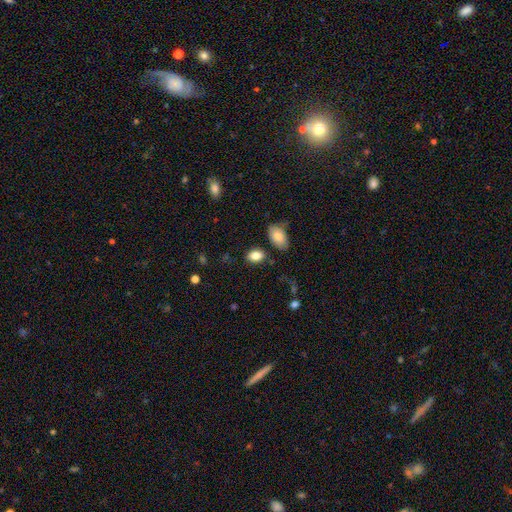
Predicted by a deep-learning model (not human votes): Q: Smooth or featured?
A: smooth (85%); runner-up: star or artifact (8%)
Q: How rounded?
A: in between (81%); runner-up: round (17%)
Q: Merging?
A: none (80%); runner-up: minor disturbance (12%)